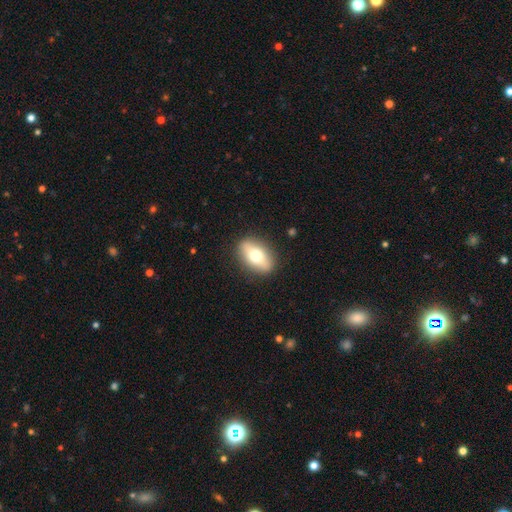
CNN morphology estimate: A smooth galaxy with no disk features (60%) that is in between round and cigar-shaped (83%).

Vote fractions:
- Smooth or featured? smooth: 60% / featured or disk: 33% / star or artifact: 7%
- How rounded? in between: 83% / round: 10% / cigar-shaped: 7%
- Merging? none: 88% / minor disturbance: 9% / major disturbance: 3% / merger: 1%